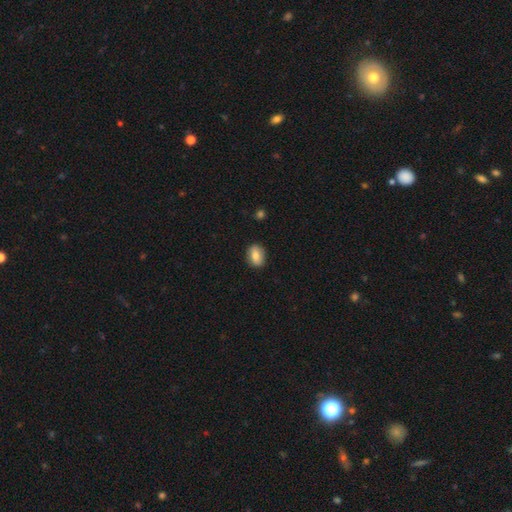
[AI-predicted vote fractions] Smooth or featured?
  - smooth: 79% *
  - featured or disk: 13%
  - star or artifact: 8%
How rounded?
  - in between: 71% *
  - round: 27%
  - cigar-shaped: 2%
Merging?
  - none: 87% *
  - minor disturbance: 10%
  - major disturbance: 2%
  - merger: 1%